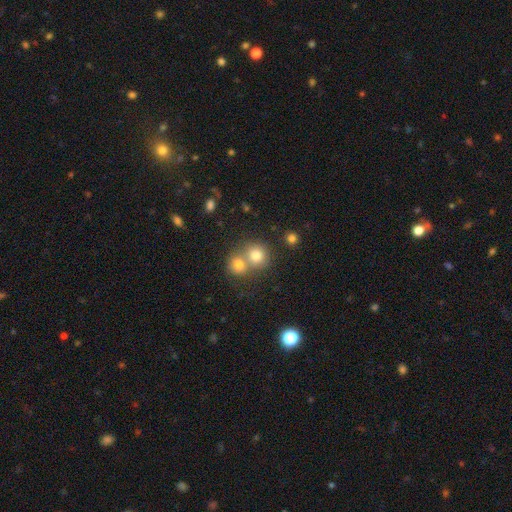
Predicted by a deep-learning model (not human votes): Smooth or featured? smooth (77%)
How rounded? round (86%)
Merging? merger (48%)